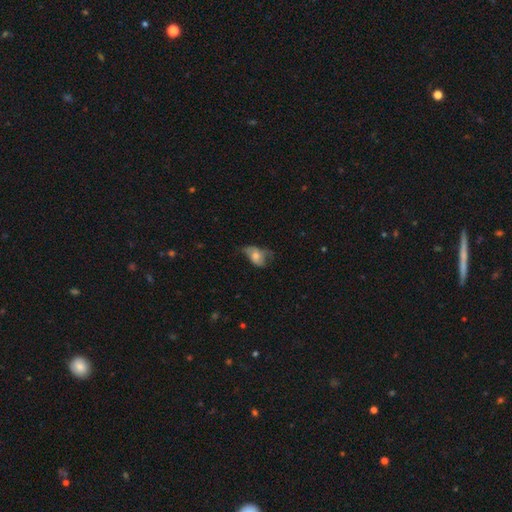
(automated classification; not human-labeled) Smooth or featured: smooth — 57% (featured or disk — 35%)
How rounded: in between — 83% (round — 15%)
Merging: minor disturbance — 34% (major disturbance — 32%)